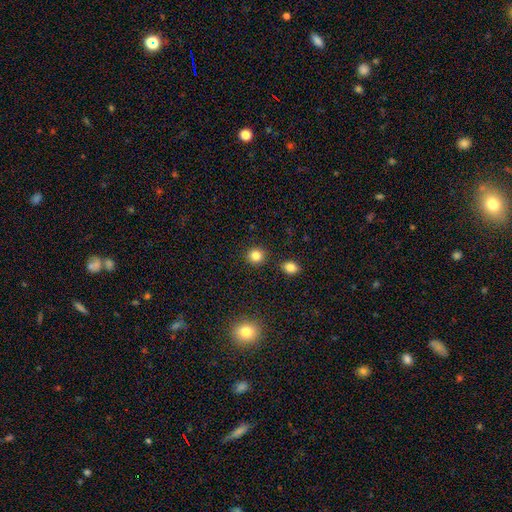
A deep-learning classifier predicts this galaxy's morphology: type=smooth (84%); roundness=round (90%); merging=none (89%).